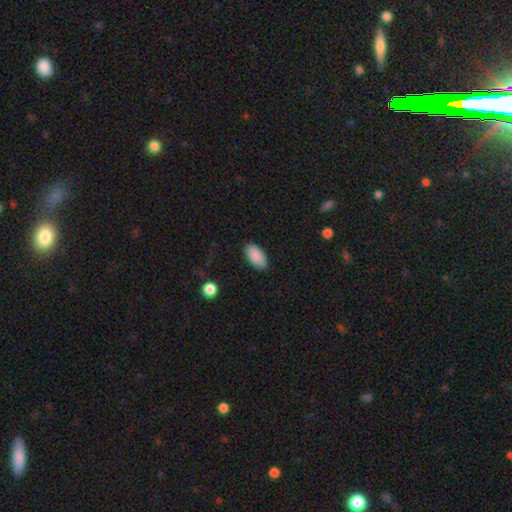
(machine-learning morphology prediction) This is clearly a smooth galaxy (90%). How rounded: clearly in between (94%). Merging: clearly none (86%).